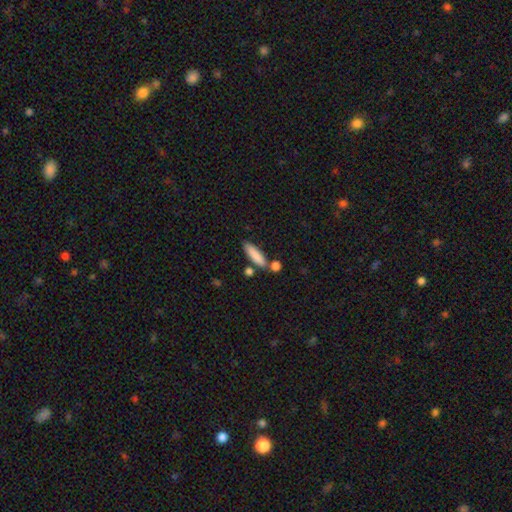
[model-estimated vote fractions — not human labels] A smooth galaxy with no disk features (85%) that is cigar-shaped (64%).

Vote fractions:
- Smooth or featured? smooth: 85% / featured or disk: 9% / star or artifact: 6%
- How rounded? cigar-shaped: 64% / in between: 33% / round: 3%
- Merging? none: 71% / minor disturbance: 13% / merger: 12% / major disturbance: 3%